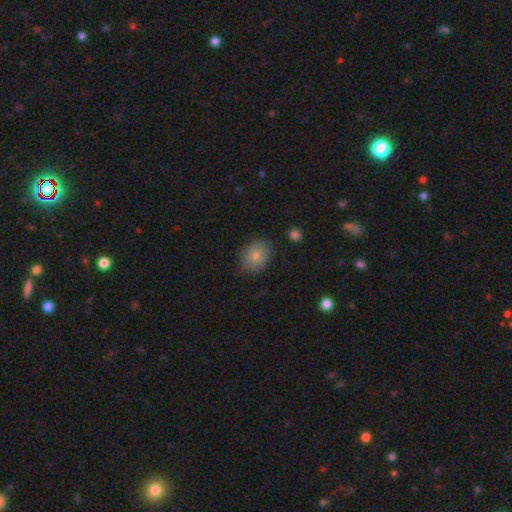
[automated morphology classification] smooth-or-featured: smooth: 76% | featured or disk: 13% | star or artifact: 10%
  how-rounded: in between: 55% | round: 44% | cigar-shaped: 1%
  merging: none: 82% | minor disturbance: 14% | major disturbance: 3% | merger: 1%